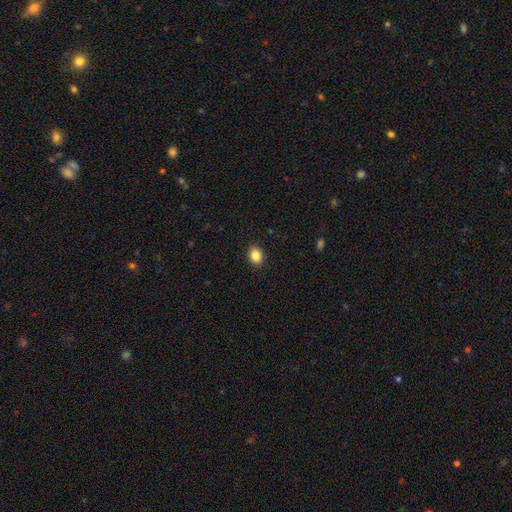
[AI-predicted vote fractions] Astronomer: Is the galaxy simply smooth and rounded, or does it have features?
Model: smooth — 86%.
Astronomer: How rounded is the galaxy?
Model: in between — 60% (runner-up: round, 39%).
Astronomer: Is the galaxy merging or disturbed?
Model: none — 91%.